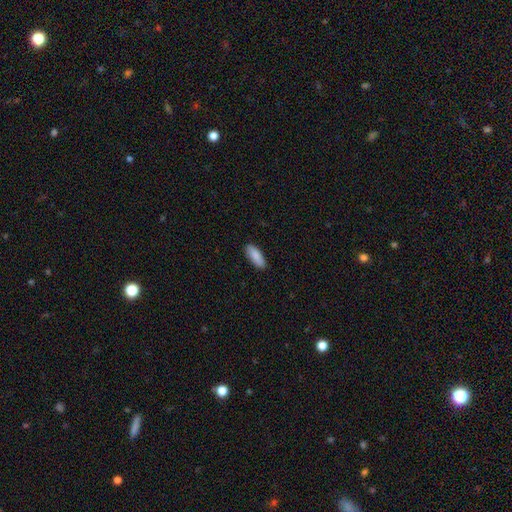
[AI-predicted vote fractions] Smooth or featured? Predicted: smooth (p=0.89). How rounded? Predicted: in between (p=0.74). Merging? Predicted: none (p=0.89).